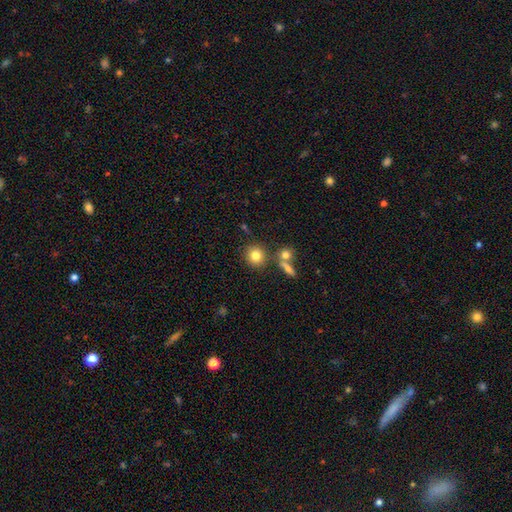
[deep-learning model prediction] Overall: smooth (79%). How rounded: round (89%). Merging: none (75%).